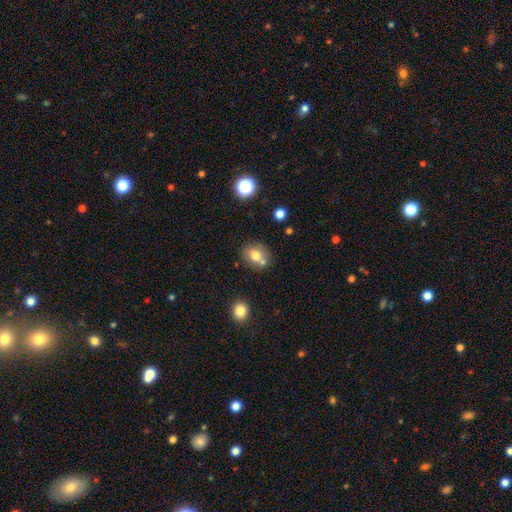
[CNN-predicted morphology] smooth 73%, featured or disk 15%, star or artifact 12%. Down the decision tree: how rounded — round (66%); merging — none (60%).